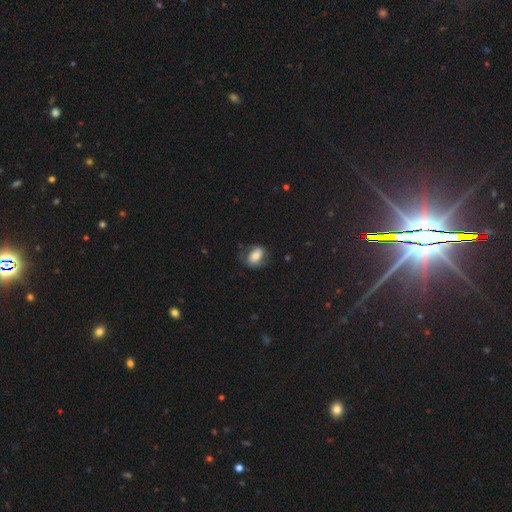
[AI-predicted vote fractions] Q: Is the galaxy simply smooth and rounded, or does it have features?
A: smooth — 69%.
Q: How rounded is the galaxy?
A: in between — 80%.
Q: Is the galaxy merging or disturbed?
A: none — 64%.